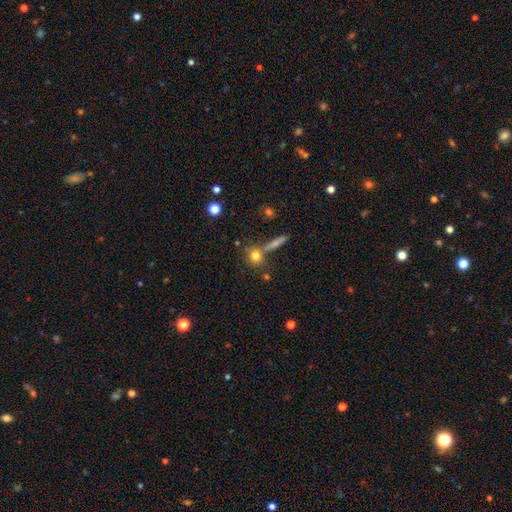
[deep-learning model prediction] This is likely a smooth galaxy (77%). How rounded: likely round (75%). Merging: likely none (65%).